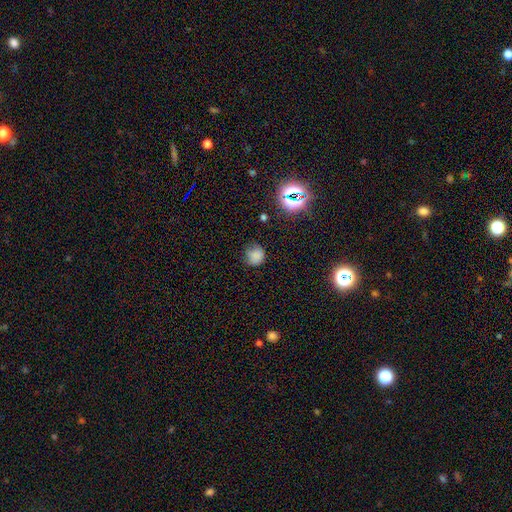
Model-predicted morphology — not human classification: smooth-or-featured: smooth: 77% | star or artifact: 17% | featured or disk: 6%
  how-rounded: round: 84% | in between: 15% | cigar-shaped: 1%
  merging: none: 70% | minor disturbance: 22% | major disturbance: 6% | merger: 2%